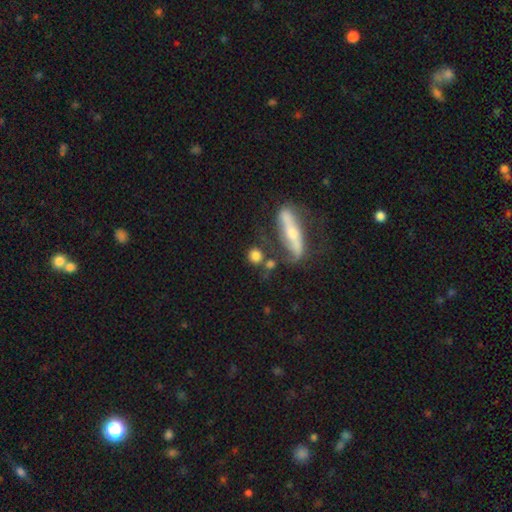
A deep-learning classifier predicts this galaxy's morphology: The model was most divided on "merging": none: 65%, merger: 16%, minor disturbance: 13%, major disturbance: 7%. More confident: how rounded — round (76%); smooth or featured — smooth (72%).